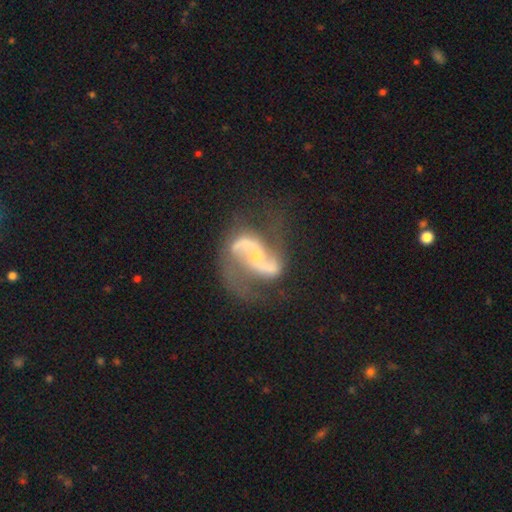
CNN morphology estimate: Q: Smooth or featured?
A: featured or disk (89%); runner-up: star or artifact (6%)
Q: Edge-on disk?
A: no (97%); runner-up: yes (3%)
Q: Bar?
A: no (42%); runner-up: weak (32%)
Q: Spiral arms?
A: yes (96%); runner-up: no (4%)
Q: Spiral winding?
A: loose (52%); runner-up: medium (39%)
Q: Spiral arm count?
A: 2 (92%); runner-up: 1 (2%)
Q: Bulge size?
A: small (58%); runner-up: moderate (37%)
Q: Merging?
A: none (59%); runner-up: minor disturbance (19%)